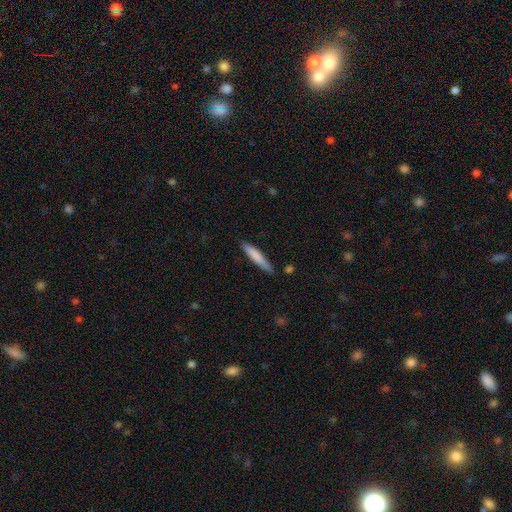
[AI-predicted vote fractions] smooth 77%, featured or disk 18%, star or artifact 6%. Down the decision tree: how rounded — cigar-shaped (92%); merging — none (81%).